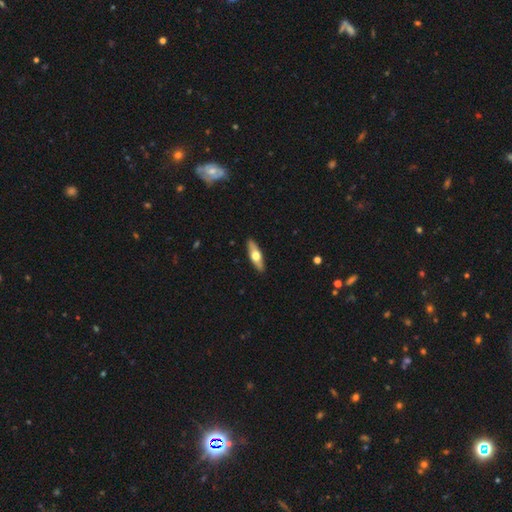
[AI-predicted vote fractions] This appears to be a featured or disk galaxy (48%, tied with smooth). Merging: none (90%).